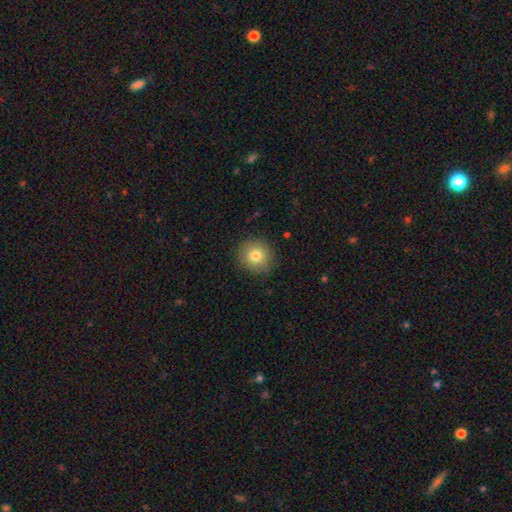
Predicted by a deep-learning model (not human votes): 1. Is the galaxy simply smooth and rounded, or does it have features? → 80% smooth, 11% star or artifact, 10% featured or disk.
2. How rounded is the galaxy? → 91% round, 8% in between, 1% cigar-shaped.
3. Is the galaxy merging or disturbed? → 89% none, 8% minor disturbance, 2% major disturbance, 1% merger.